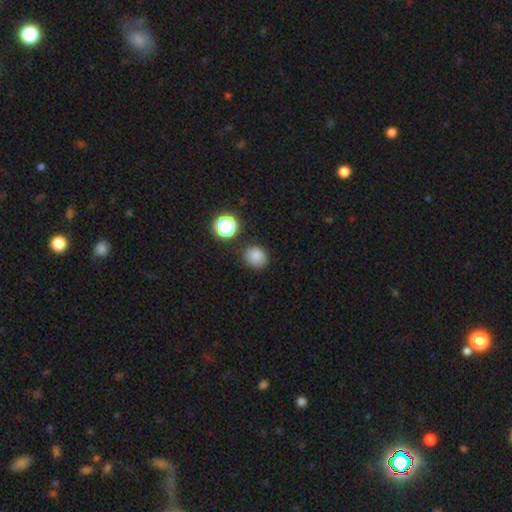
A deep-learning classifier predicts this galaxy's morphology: Overall: smooth (82%). How rounded: round (70%). Merging: none (80%).